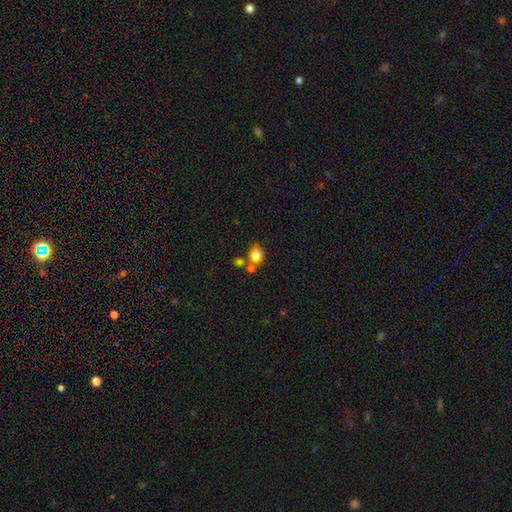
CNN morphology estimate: Smooth or featured?
  - smooth: 66% *
  - featured or disk: 18%
  - star or artifact: 17%
How rounded?
  - in between: 62% *
  - round: 36%
  - cigar-shaped: 2%
Merging?
  - none: 40% *
  - merger: 39%
  - minor disturbance: 13%
  - major disturbance: 8%